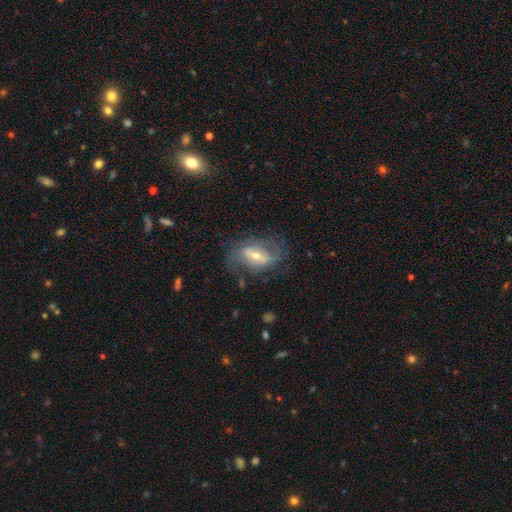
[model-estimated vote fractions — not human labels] Overall: featured or disk (64%; smooth 27%). Edge-on disk: no (92%). Bar: weak (39%, tied with strong). Spiral arms: yes (71%). Bulge size: moderate (49%; small 44%). Merging: none (61%).